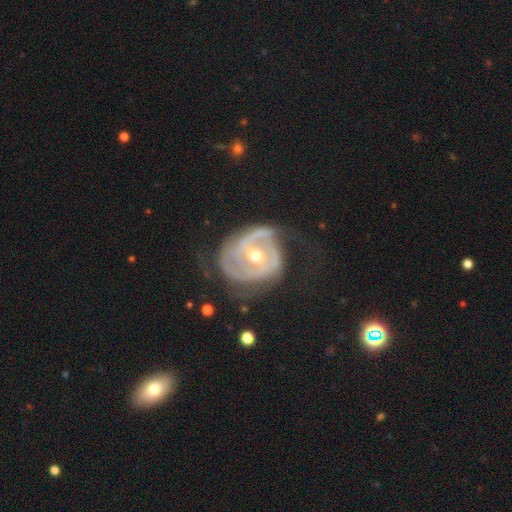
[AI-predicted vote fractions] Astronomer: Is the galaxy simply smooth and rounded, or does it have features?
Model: featured or disk — 86%.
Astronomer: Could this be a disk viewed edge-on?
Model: no — 97%.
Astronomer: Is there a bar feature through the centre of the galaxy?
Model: no — 42% (runner-up: weak, 39%).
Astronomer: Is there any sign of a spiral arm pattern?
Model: yes — 89%.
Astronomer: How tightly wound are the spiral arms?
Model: tight — 52% (runner-up: medium, 35%).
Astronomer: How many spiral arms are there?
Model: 2 — 45% (runner-up: can't tell, 24%).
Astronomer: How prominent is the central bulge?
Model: moderate — 57% (runner-up: small, 40%).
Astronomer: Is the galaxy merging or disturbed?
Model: none — 51%.